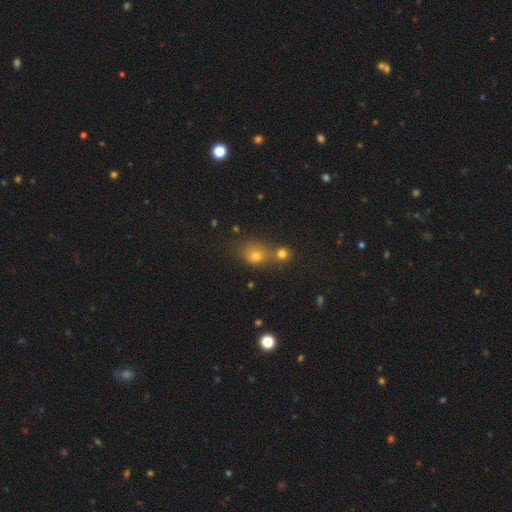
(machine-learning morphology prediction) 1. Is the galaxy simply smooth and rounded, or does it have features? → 70% smooth, 19% star or artifact, 11% featured or disk.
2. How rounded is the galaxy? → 60% round, 38% in between, 2% cigar-shaped.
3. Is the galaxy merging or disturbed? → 45% merger, 41% none, 9% minor disturbance, 4% major disturbance.